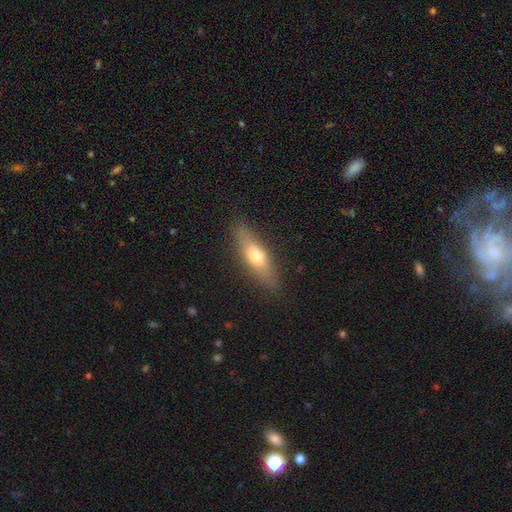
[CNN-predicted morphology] Overall: smooth (57%; featured or disk 36%). How rounded: cigar-shaped (58%; in between 39%). Merging: none (86%).